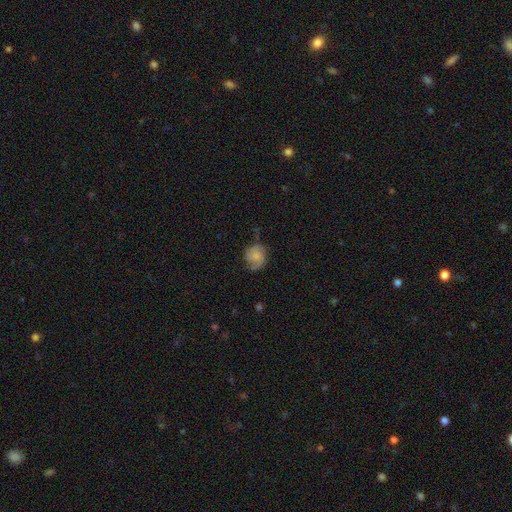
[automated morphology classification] This is possibly a smooth galaxy (55%). How rounded: likely round (74%). Merging: possibly none (57%).